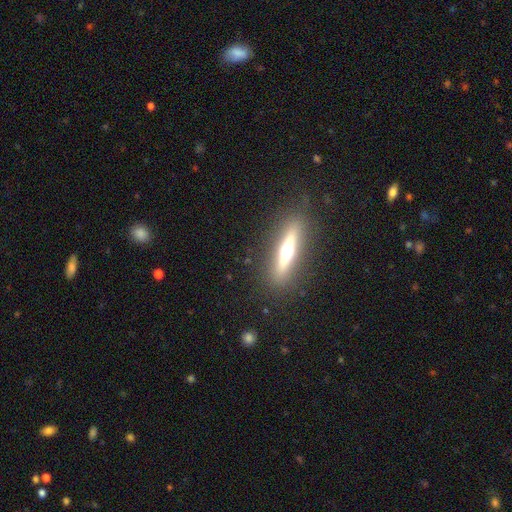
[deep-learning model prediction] Smooth or featured? featured or disk (58%)
Edge-on disk? yes (90%)
Edge-on bulge? rounded (86%)
Merging? none (86%)